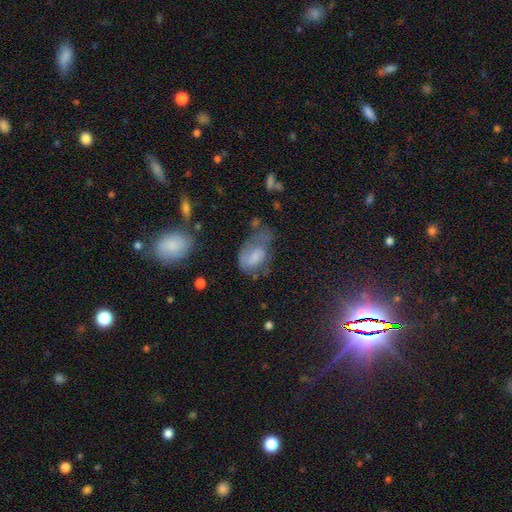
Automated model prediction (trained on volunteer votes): Smooth or featured?
  - smooth: 50% *
  - featured or disk: 34%
  - star or artifact: 15%
How rounded?
  - in between: 85% *
  - round: 13%
  - cigar-shaped: 2%
Merging?
  - none: 35% *
  - minor disturbance: 31%
  - major disturbance: 30%
  - merger: 5%